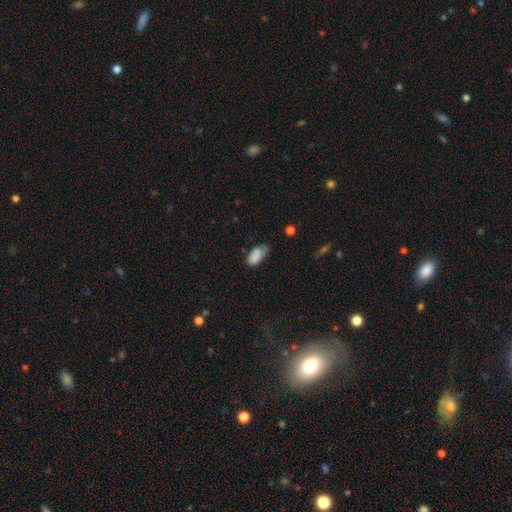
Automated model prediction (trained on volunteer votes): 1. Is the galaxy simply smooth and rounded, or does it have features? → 84% smooth, 8% featured or disk, 8% star or artifact.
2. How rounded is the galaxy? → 94% in between, 4% round, 3% cigar-shaped.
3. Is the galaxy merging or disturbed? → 45% none, 40% minor disturbance, 12% major disturbance, 3% merger.